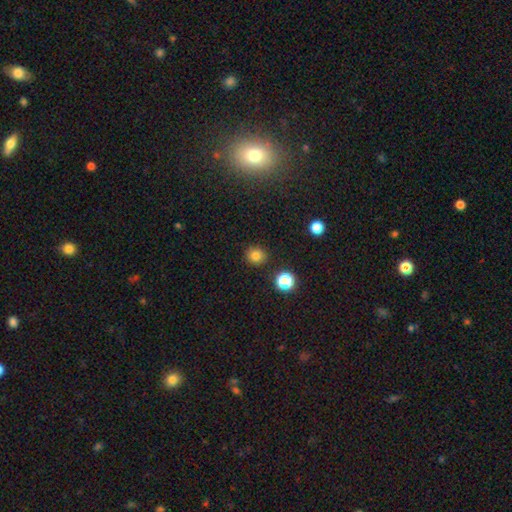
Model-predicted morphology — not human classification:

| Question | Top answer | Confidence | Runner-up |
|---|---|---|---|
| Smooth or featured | smooth | 80% | star or artifact (15%) |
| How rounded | round | 87% | in between (12%) |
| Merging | none | 89% | minor disturbance (7%) |